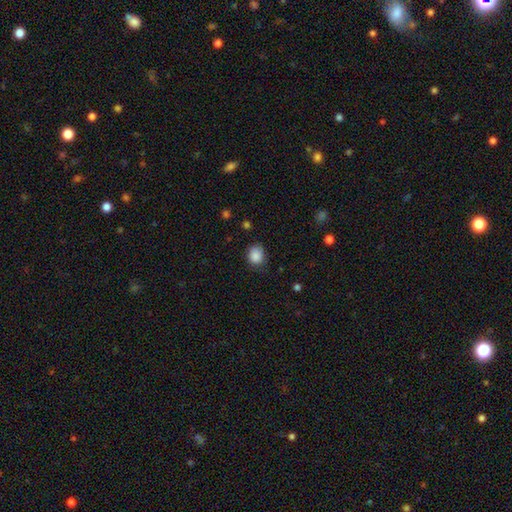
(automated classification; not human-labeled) This is clearly a smooth galaxy (87%). How rounded: possibly round (59%). Merging: likely none (68%).